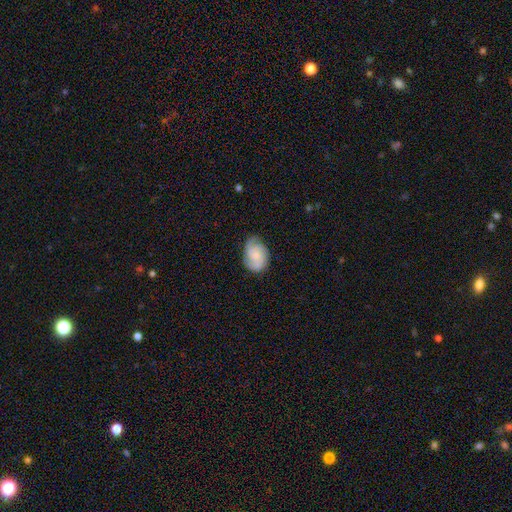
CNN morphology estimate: Smooth or featured: featured or disk — 53% (smooth — 40%)
Edge-on disk: no — 97% (yes — 3%)
Bar: no — 70% (weak — 26%)
Spiral arms: yes — 92% (no — 8%)
Bulge size: small — 42% (moderate — 26%)
Merging: none — 68% (minor disturbance — 24%)